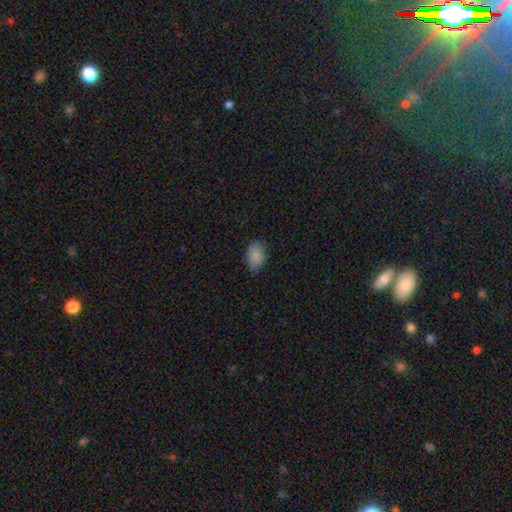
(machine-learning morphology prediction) Smooth or featured? Predicted: smooth (p=0.87). How rounded? Predicted: in between (p=0.86). Merging? Predicted: none (p=0.74).